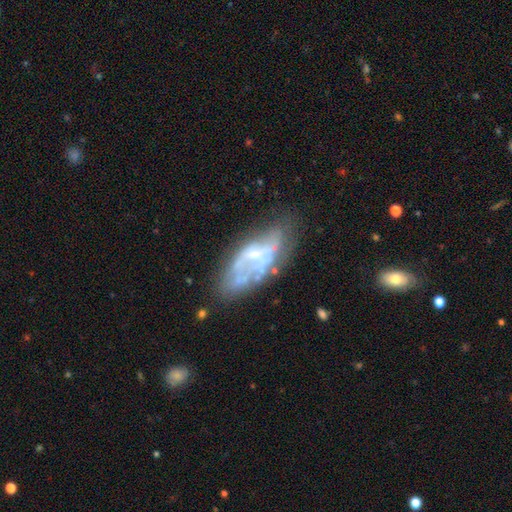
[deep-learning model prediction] This appears to be a featured or disk galaxy (66%) with no bar (71%), no spiral arms (64%) and a small central bulge (47%). Merging: none (48%).